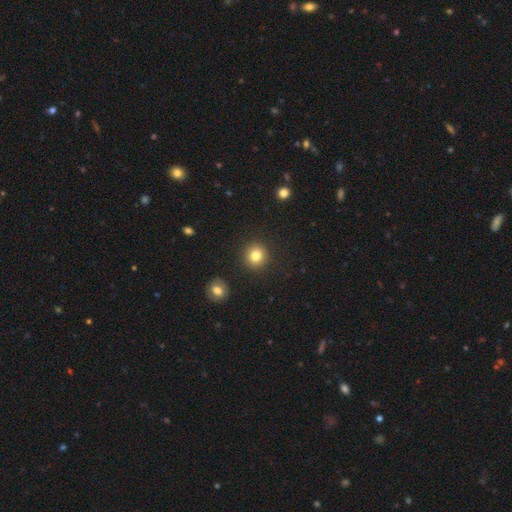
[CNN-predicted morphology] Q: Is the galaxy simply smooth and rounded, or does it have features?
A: smooth — 82%.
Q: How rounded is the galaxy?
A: round — 93%.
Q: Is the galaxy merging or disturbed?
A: none — 91%.